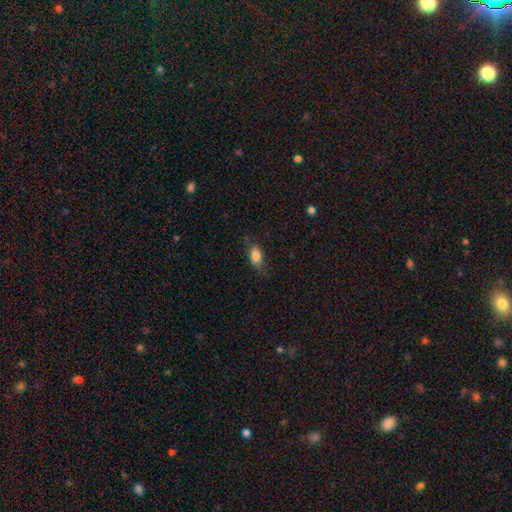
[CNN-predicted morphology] Smooth or featured? Predicted: smooth (p=0.80). How rounded? Predicted: in between (p=0.85). Merging? Predicted: none (p=0.70).